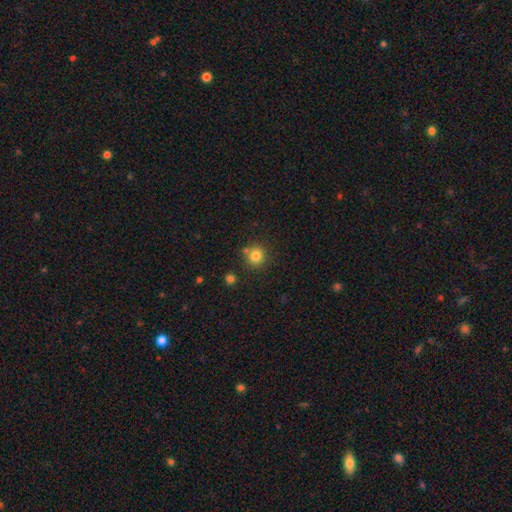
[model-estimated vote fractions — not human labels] A smooth galaxy with no disk features (82%) that is round (92%).

Vote fractions:
- Smooth or featured? smooth: 82% / star or artifact: 13% / featured or disk: 6%
- How rounded? round: 92% / in between: 7% / cigar-shaped: 1%
- Merging? none: 79% / merger: 10% / minor disturbance: 9% / major disturbance: 3%